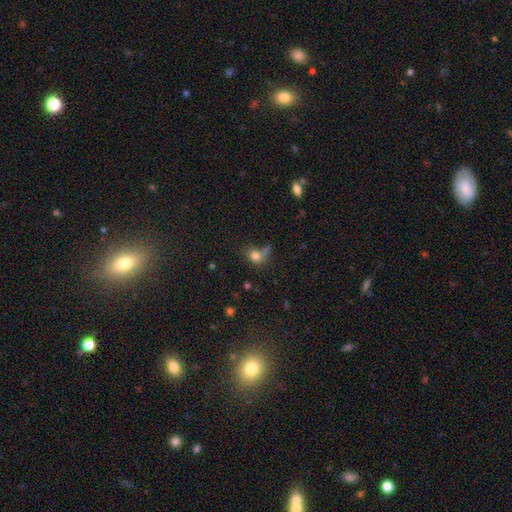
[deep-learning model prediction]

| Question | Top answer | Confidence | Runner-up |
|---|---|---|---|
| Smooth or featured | smooth | 77% | star or artifact (13%) |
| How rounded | round | 63% | in between (35%) |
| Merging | none | 47% | merger (21%) |